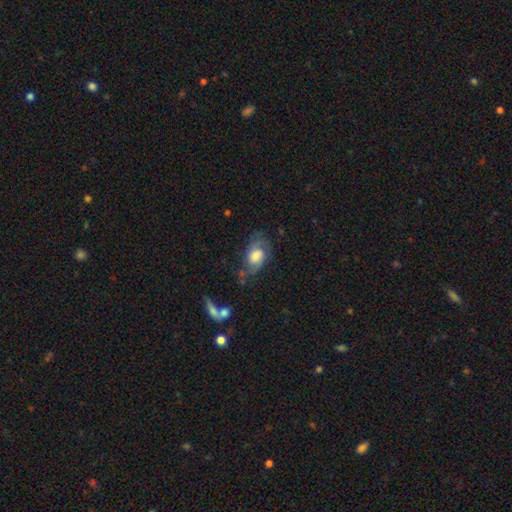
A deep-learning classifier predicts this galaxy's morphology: Smooth or featured: featured or disk — 53% (smooth — 39%)
Edge-on disk: no — 94% (yes — 6%)
Merging: none — 51% (minor disturbance — 27%)